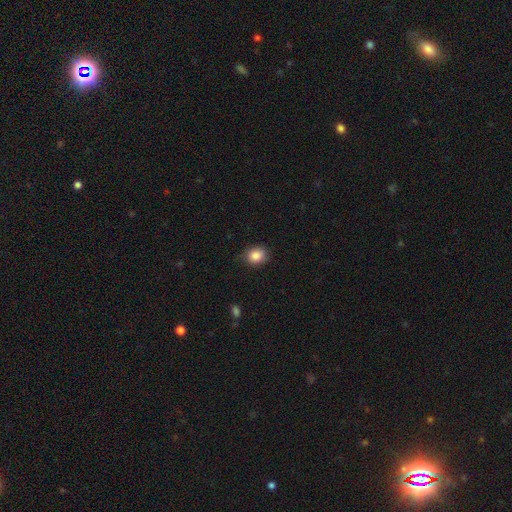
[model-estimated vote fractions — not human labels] This is clearly a smooth galaxy (86%). How rounded: possibly round (56%). Merging: clearly none (80%).